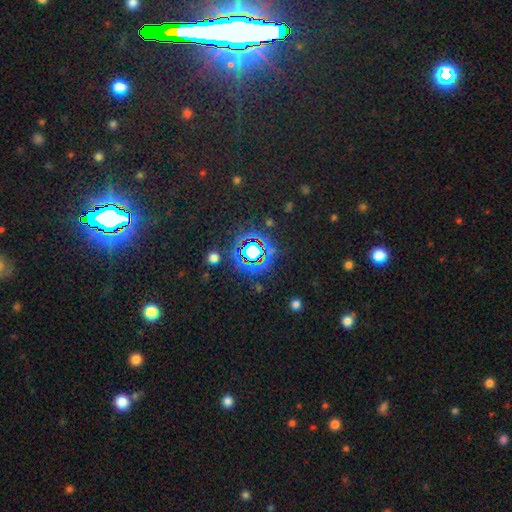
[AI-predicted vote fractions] smooth_or_featured: star or artifact (p=0.79) [alt: smooth p=0.11]